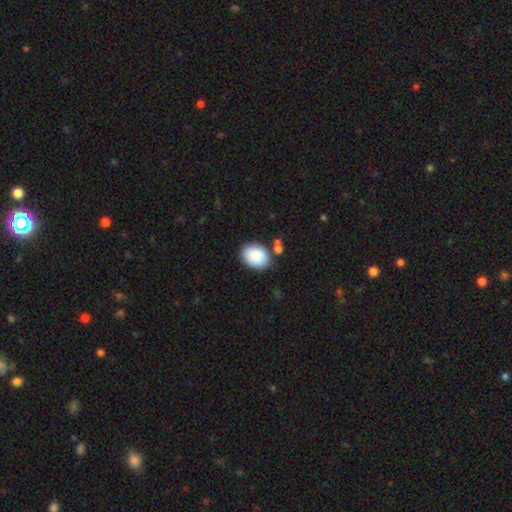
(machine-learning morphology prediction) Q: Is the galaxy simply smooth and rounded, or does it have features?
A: smooth — 88%.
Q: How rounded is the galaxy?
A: in between — 75%.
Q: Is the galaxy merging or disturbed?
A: none — 76%.